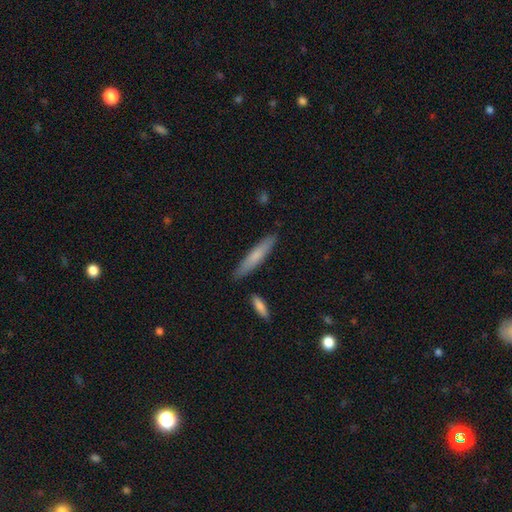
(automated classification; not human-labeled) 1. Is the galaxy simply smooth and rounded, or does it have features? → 70% smooth, 25% featured or disk, 6% star or artifact.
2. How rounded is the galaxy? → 91% cigar-shaped, 8% in between, 1% round.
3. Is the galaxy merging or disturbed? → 87% none, 9% minor disturbance, 3% merger, 2% major disturbance.